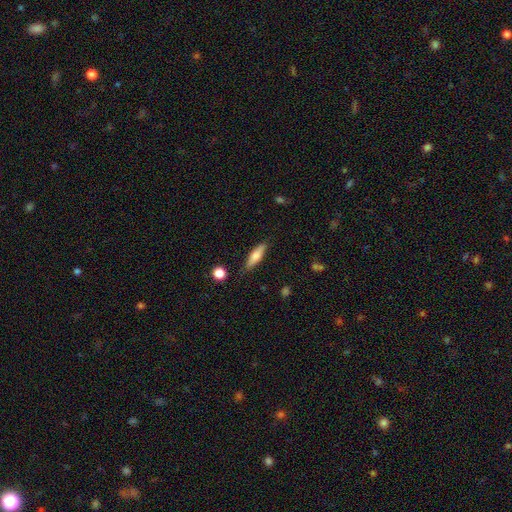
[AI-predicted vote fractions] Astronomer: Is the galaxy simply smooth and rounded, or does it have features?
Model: smooth — 69%.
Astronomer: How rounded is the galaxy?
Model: cigar-shaped — 67%.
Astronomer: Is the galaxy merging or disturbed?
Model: none — 81%.